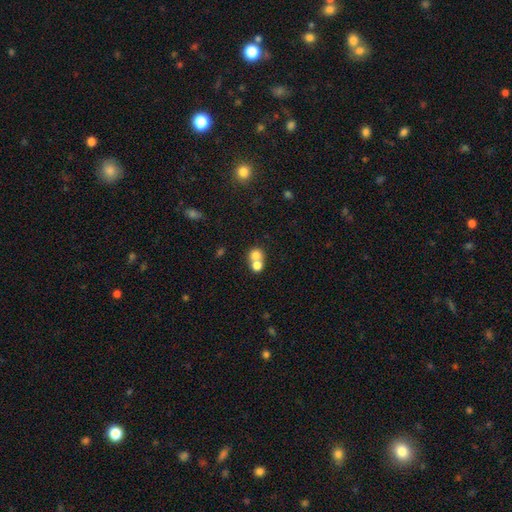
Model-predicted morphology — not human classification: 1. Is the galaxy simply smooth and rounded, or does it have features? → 76% smooth, 14% featured or disk, 11% star or artifact.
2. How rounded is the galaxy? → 78% round, 21% in between, 1% cigar-shaped.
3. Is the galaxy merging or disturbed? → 61% merger, 31% none, 5% minor disturbance, 3% major disturbance.